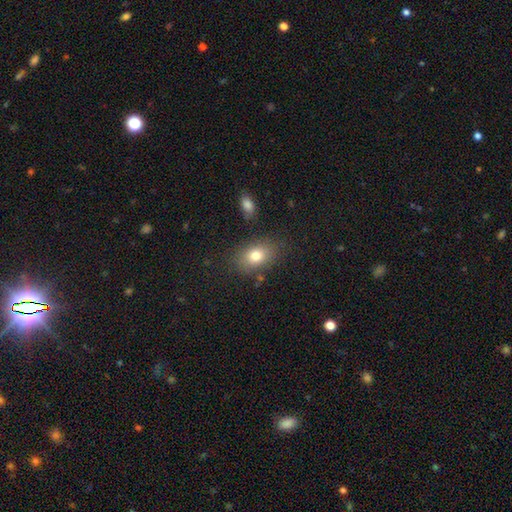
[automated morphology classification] Smooth or featured: smooth — 79% (featured or disk — 12%)
How rounded: in between — 80% (round — 18%)
Merging: none — 80% (minor disturbance — 13%)